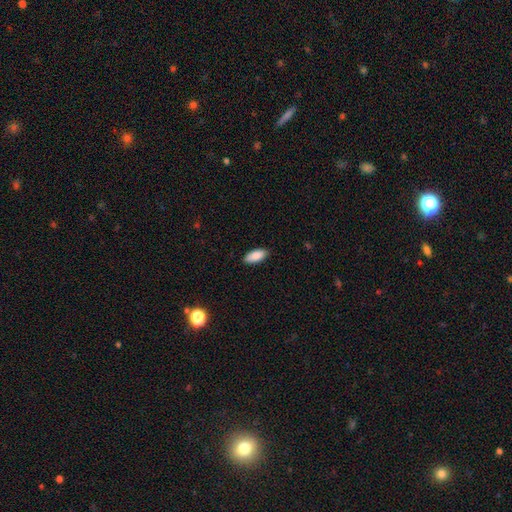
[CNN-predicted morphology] This is clearly a smooth galaxy (89%). How rounded: clearly in between (88%). Merging: clearly none (88%).